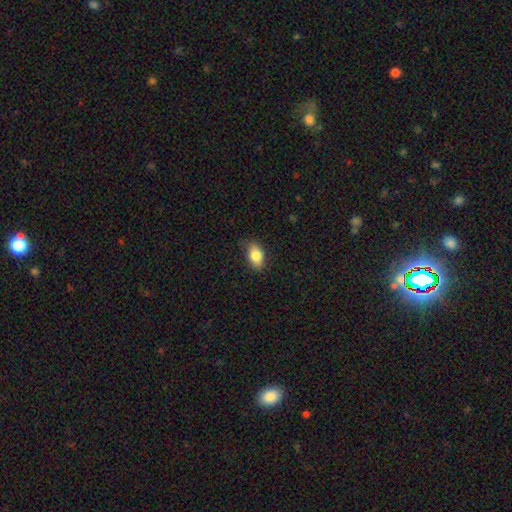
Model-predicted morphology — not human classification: smooth 81%, featured or disk 11%, star or artifact 8%. Down the decision tree: how rounded — in between (87%); merging — none (79%).